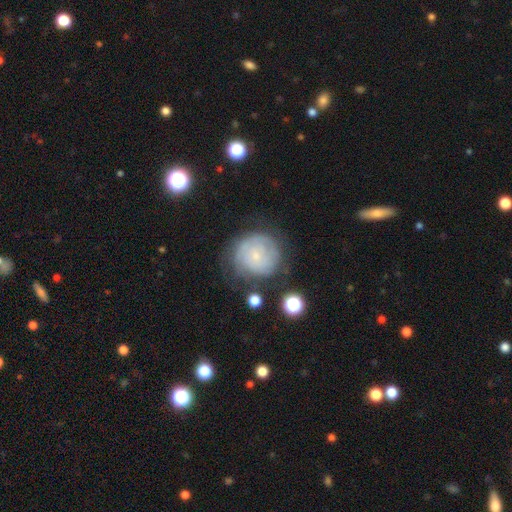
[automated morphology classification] type=featured or disk (60%); edge-on=no (98%); bar=no (76%); spiral arms=yes (83%); bulge=small (79%); merging=none (66%).